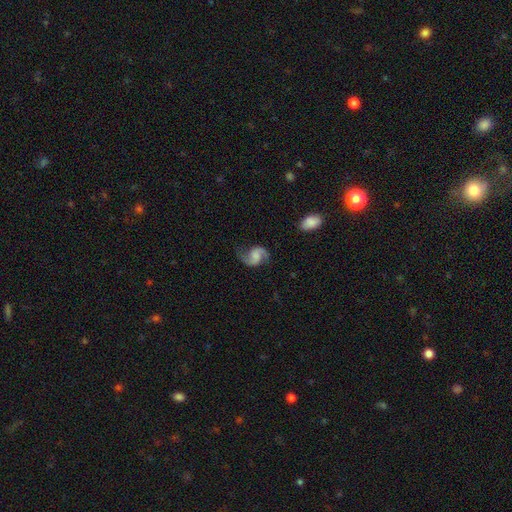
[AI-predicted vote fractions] smooth-or-featured: featured or disk: 86% | smooth: 9% | star or artifact: 6%
  disk-edge-on: no: 98% | yes: 2%
    bar: no: 53% | weak: 38% | strong: 9%
    has-spiral-arms: yes: 97% | no: 3%
      spiral-winding: loose: 49% | medium: 42% | tight: 9%
      spiral-arm-count: 2: 93% | 1: 2% | can't tell: 2% | 3: 1% | 4: 1% | more than 4: 1%
    bulge-size: none: 43% | small: 23% | moderate: 22% | large: 10% | dominant: 2%
  merging: none: 75% | minor disturbance: 16% | major disturbance: 7% | merger: 2%